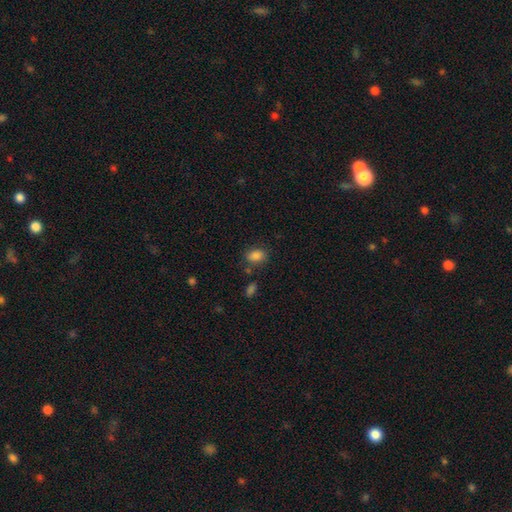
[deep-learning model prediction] smooth 85%, star or artifact 10%, featured or disk 5%. Down the decision tree: how rounded — in between (71%); merging — none (76%).